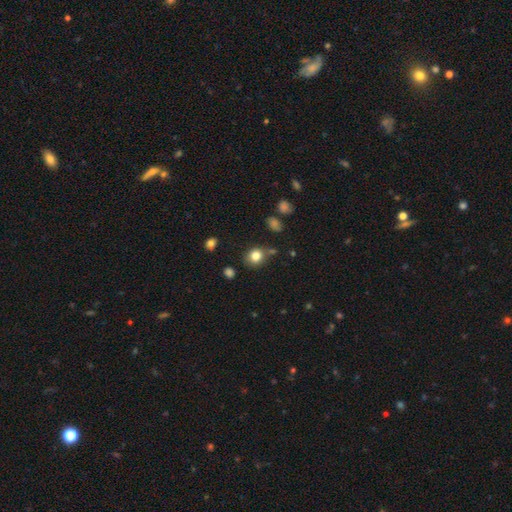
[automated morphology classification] smooth 81%, star or artifact 12%, featured or disk 7%. Down the decision tree: how rounded — round (69%); merging — none (75%).